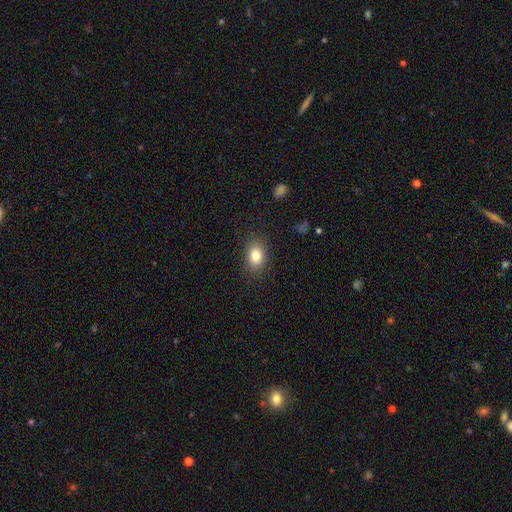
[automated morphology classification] Smooth or featured: smooth — 82% (star or artifact — 9%)
How rounded: in between — 77% (round — 22%)
Merging: none — 87% (minor disturbance — 10%)